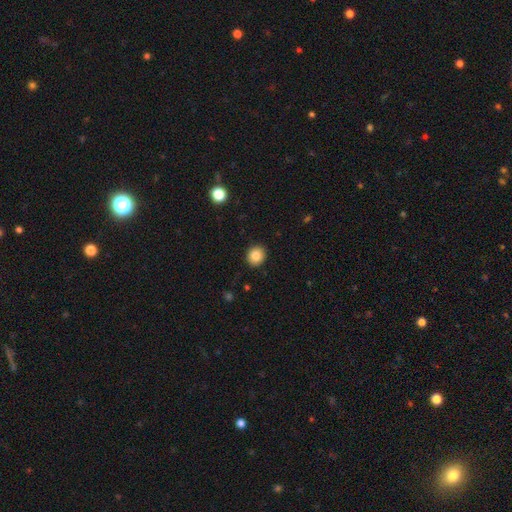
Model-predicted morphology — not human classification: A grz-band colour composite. It shows a smooth galaxy with no disk features (85%) that is round (84%). Merging: none (91%).